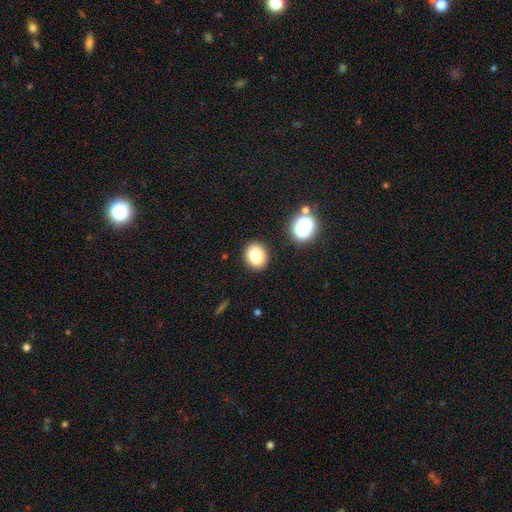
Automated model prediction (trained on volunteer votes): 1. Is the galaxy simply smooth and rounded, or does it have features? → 83% smooth, 12% star or artifact, 6% featured or disk.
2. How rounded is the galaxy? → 58% round, 41% in between, 1% cigar-shaped.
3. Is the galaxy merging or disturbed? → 87% none, 8% minor disturbance, 3% major disturbance, 2% merger.